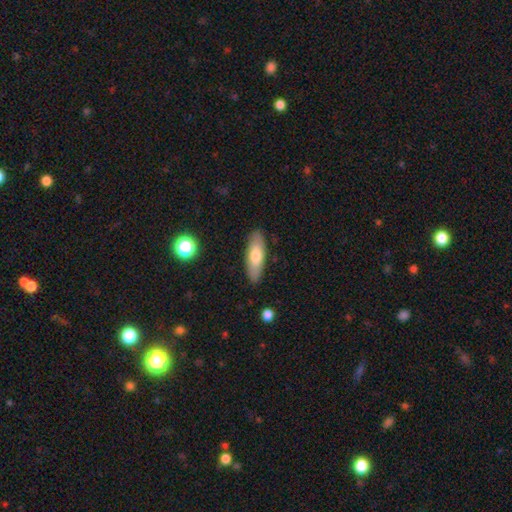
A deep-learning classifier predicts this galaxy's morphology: Smooth or featured: smooth — 71% (featured or disk — 23%)
How rounded: in between — 60% (cigar-shaped — 37%)
Merging: none — 87% (minor disturbance — 10%)